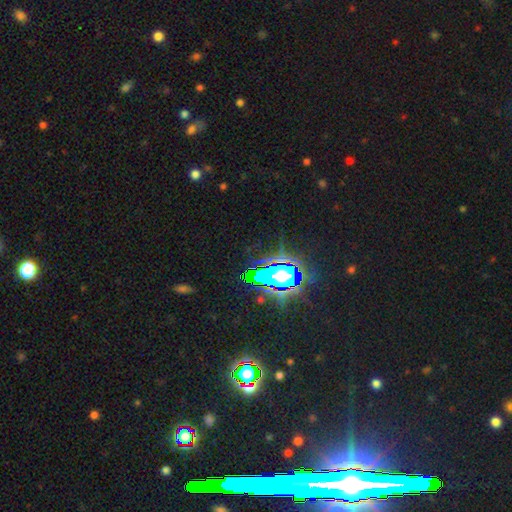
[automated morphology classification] smooth_or_featured: star or artifact (p=0.79) [alt: smooth p=0.12]